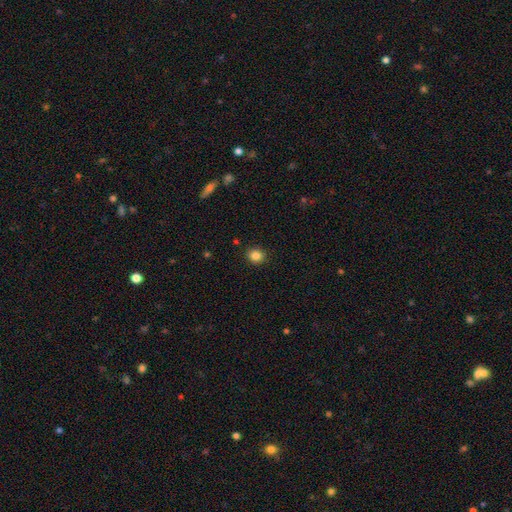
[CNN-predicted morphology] Smooth or featured?
  - smooth: 85% *
  - star or artifact: 11%
  - featured or disk: 4%
How rounded?
  - round: 78% *
  - in between: 21%
  - cigar-shaped: 1%
Merging?
  - none: 90% *
  - minor disturbance: 7%
  - major disturbance: 2%
  - merger: 1%